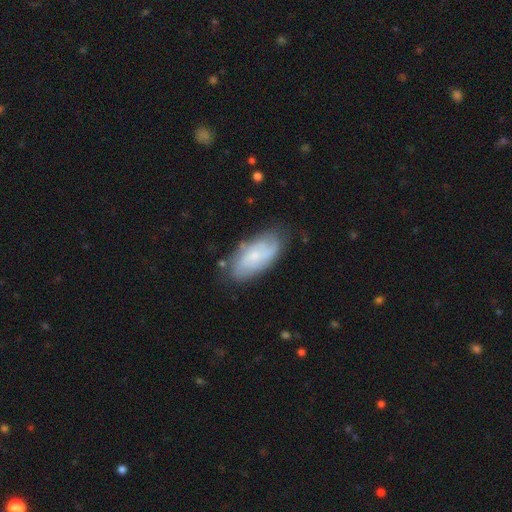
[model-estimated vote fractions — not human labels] smooth-or-featured: featured or disk: 53% | smooth: 41% | star or artifact: 7%
  disk-edge-on: no: 92% | yes: 8%
  merging: none: 71% | minor disturbance: 21% | major disturbance: 6% | merger: 2%